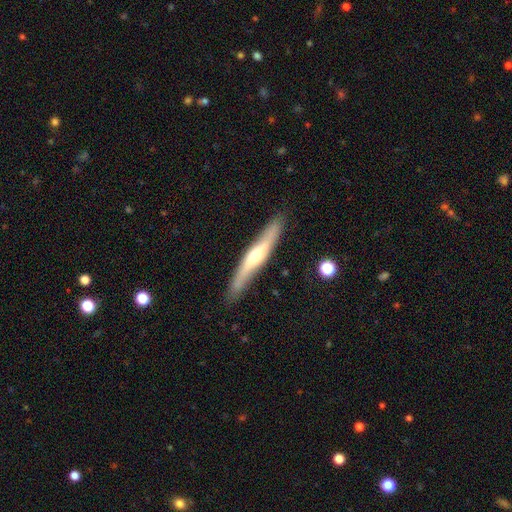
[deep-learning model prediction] Q: Smooth or featured?
A: featured or disk (60%); runner-up: smooth (35%)
Q: Edge-on disk?
A: yes (88%); runner-up: no (12%)
Q: Edge-on bulge?
A: rounded (82%); runner-up: none (13%)
Q: Merging?
A: none (87%); runner-up: minor disturbance (10%)